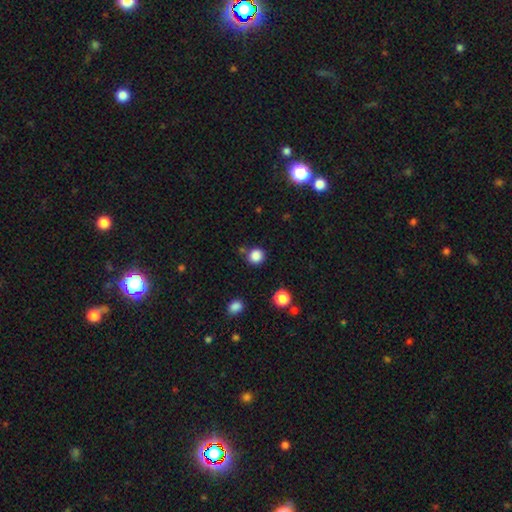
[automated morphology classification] A smooth galaxy with no disk features (85%) that is round (88%). Merging: none (80%).